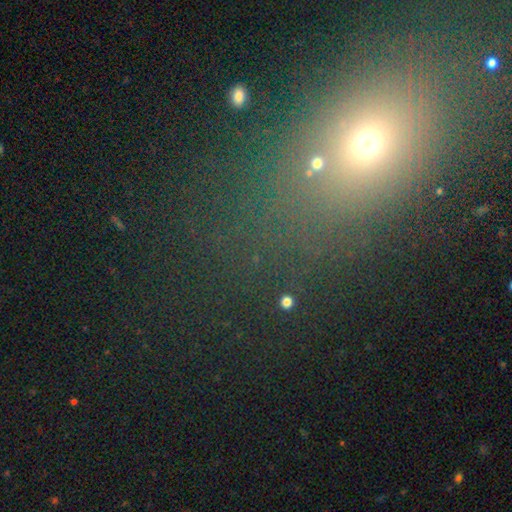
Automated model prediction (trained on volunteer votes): Smooth or featured? smooth (46%)
Merging? none (72%)